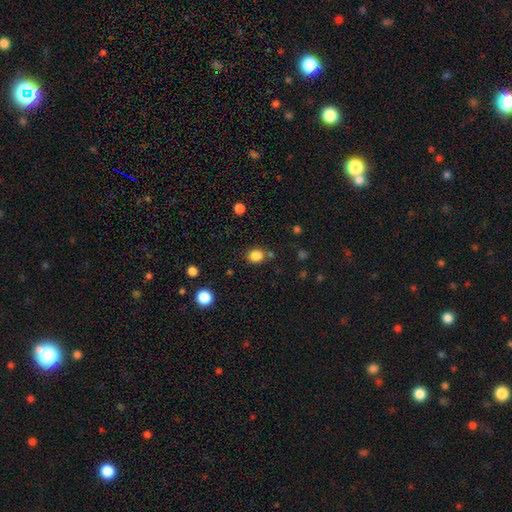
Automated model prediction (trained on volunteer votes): smooth-or-featured: smooth: 84% | star or artifact: 12% | featured or disk: 4%
  how-rounded: round: 58% | in between: 41% | cigar-shaped: 1%
  merging: none: 74% | minor disturbance: 13% | merger: 10% | major disturbance: 4%